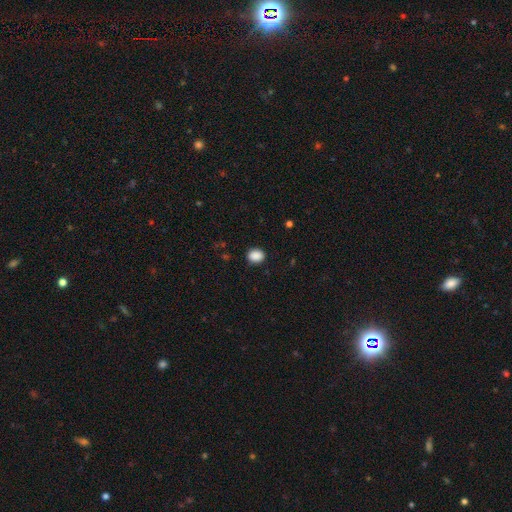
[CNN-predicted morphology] Smooth or featured?
  - smooth: 89% *
  - star or artifact: 8%
  - featured or disk: 3%
How rounded?
  - in between: 50% *
  - round: 49%
  - cigar-shaped: 1%
Merging?
  - none: 88% *
  - minor disturbance: 9%
  - major disturbance: 2%
  - merger: 1%